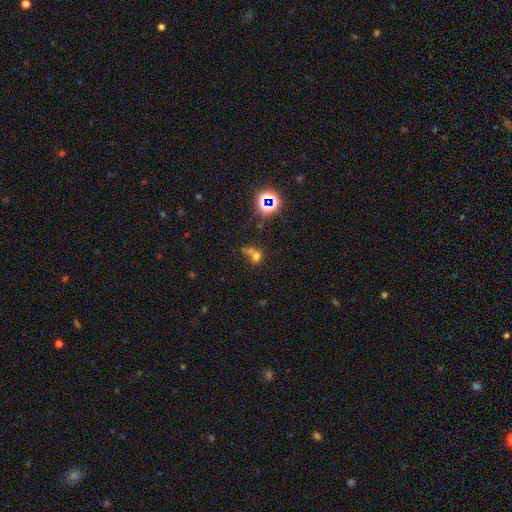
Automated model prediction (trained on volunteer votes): Smooth or featured? smooth (58%)
How rounded? round (76%)
Merging? merger (45%)